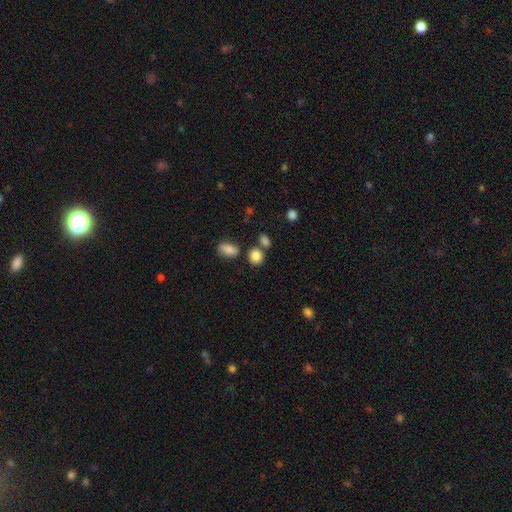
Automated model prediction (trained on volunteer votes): Smooth or featured?
  - smooth: 85% *
  - star or artifact: 10%
  - featured or disk: 5%
How rounded?
  - round: 72% *
  - in between: 26%
  - cigar-shaped: 1%
Merging?
  - none: 66% *
  - merger: 18%
  - minor disturbance: 12%
  - major disturbance: 4%